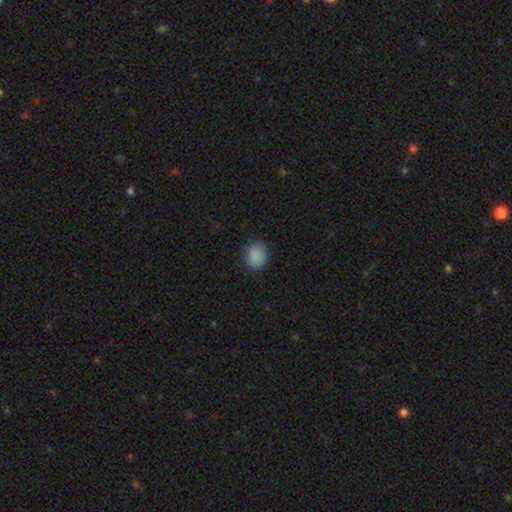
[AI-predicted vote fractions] Smooth or featured? smooth (87%)
How rounded? round (65%)
Merging? none (86%)